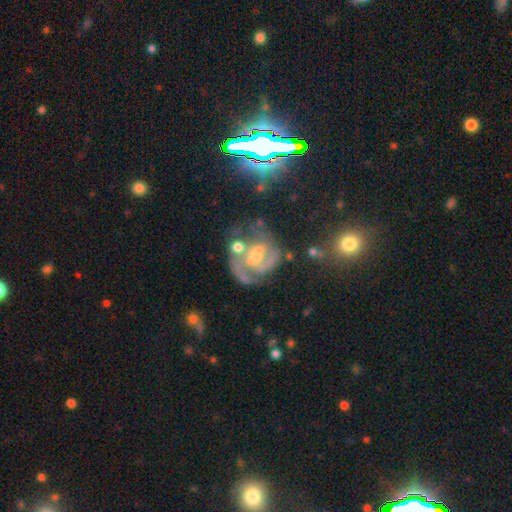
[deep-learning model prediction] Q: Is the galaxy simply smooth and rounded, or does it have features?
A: featured or disk — 73%.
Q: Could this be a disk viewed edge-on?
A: no — 97%.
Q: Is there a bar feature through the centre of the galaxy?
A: no — 46%.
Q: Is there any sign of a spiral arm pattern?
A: yes — 83%.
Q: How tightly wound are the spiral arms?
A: tight — 42%, tied with medium.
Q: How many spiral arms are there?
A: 2 — 39%.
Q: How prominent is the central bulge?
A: small — 41%.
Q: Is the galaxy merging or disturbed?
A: none — 40%.